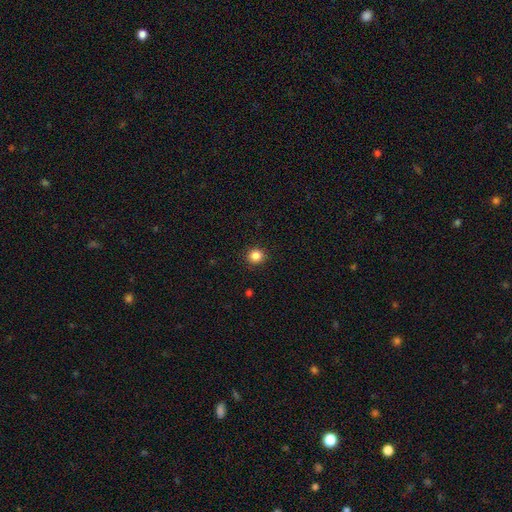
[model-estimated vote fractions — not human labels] Overall: smooth (85%). How rounded: round (89%). Merging: none (92%).